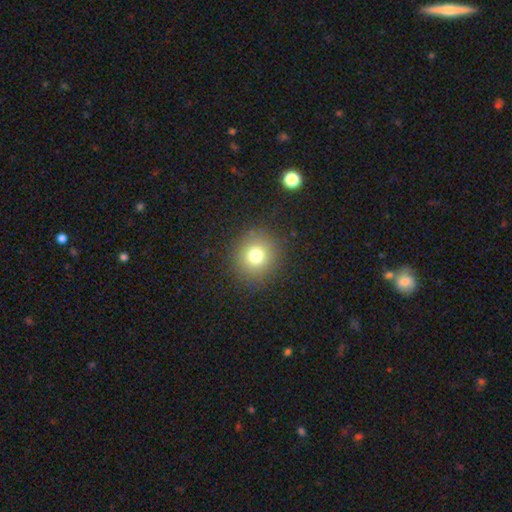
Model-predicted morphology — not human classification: Overall: smooth (75%). How rounded: round (90%). Merging: none (88%).